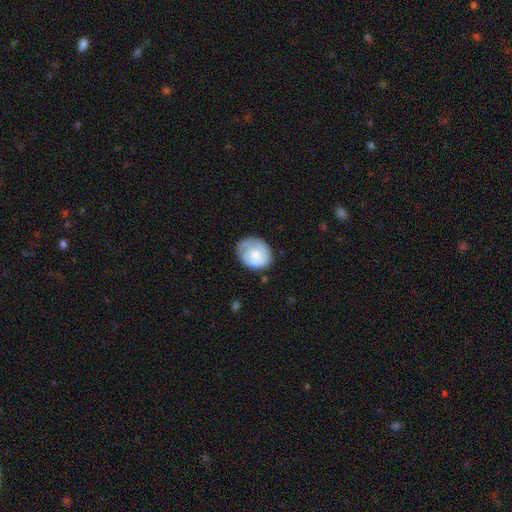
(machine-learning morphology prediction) A smooth galaxy with no disk features (60%) that is round (64%).

Vote fractions:
- Smooth or featured? smooth: 60% / featured or disk: 33% / star or artifact: 6%
- How rounded? round: 64% / in between: 35% / cigar-shaped: 1%
- Merging? none: 60% / minor disturbance: 28% / major disturbance: 10% / merger: 2%